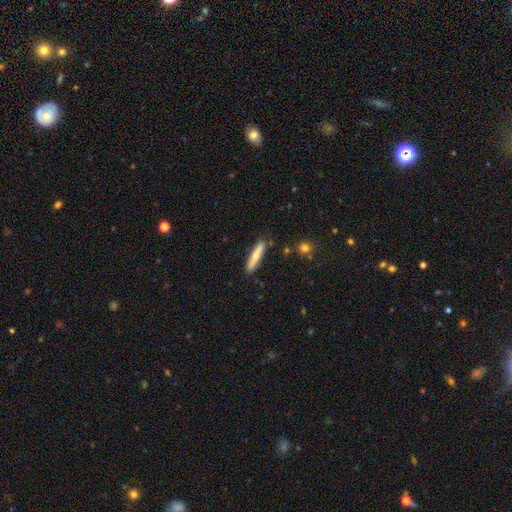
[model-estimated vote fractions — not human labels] Smooth or featured?
  - smooth: 60% *
  - featured or disk: 34%
  - star or artifact: 6%
How rounded?
  - cigar-shaped: 89% *
  - in between: 9%
  - round: 2%
Merging?
  - none: 87% *
  - minor disturbance: 9%
  - major disturbance: 2%
  - merger: 2%